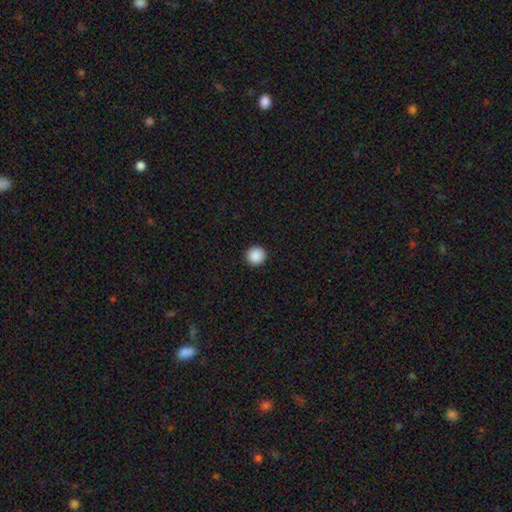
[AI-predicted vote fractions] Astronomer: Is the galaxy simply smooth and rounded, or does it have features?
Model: smooth — 89%.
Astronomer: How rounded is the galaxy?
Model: round — 95%.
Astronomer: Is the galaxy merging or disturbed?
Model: none — 93%.